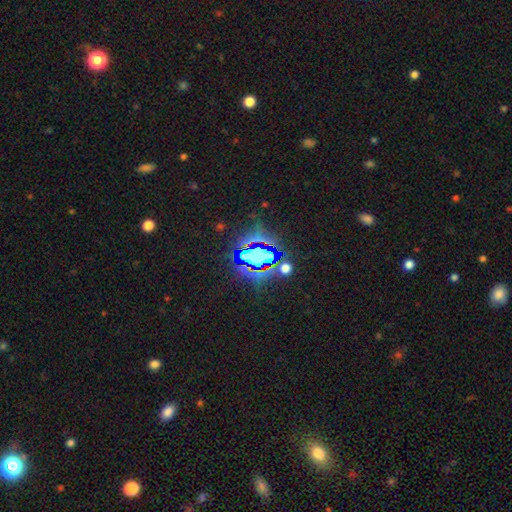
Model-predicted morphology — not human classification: star or artifact 67%, smooth 21%, featured or disk 13%.